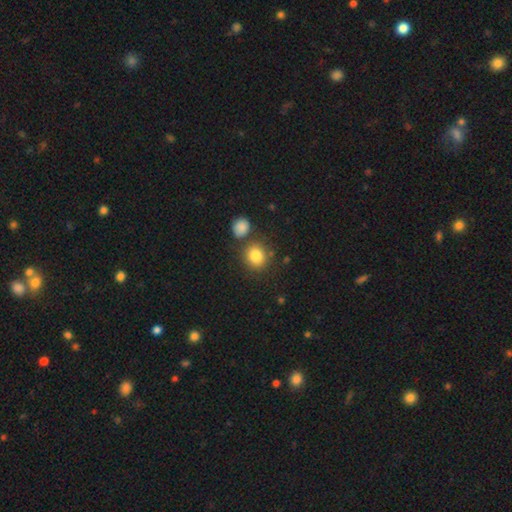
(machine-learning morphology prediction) Smooth or featured: smooth — 83% (star or artifact — 11%)
How rounded: round — 83% (in between — 16%)
Merging: none — 75% (merger — 12%)